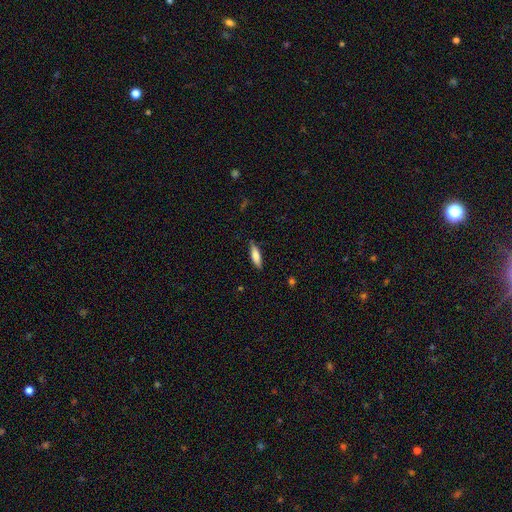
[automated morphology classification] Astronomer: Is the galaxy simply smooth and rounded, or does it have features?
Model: smooth — 77%.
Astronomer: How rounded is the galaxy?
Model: cigar-shaped — 58% (runner-up: in between, 40%).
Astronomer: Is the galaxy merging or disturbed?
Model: none — 83%.